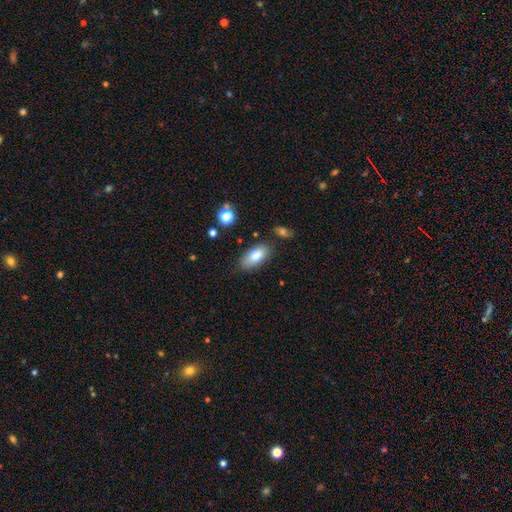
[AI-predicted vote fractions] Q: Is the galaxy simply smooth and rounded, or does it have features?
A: smooth — 79%.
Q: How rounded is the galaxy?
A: in between — 91%.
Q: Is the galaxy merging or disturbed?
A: none — 80%.